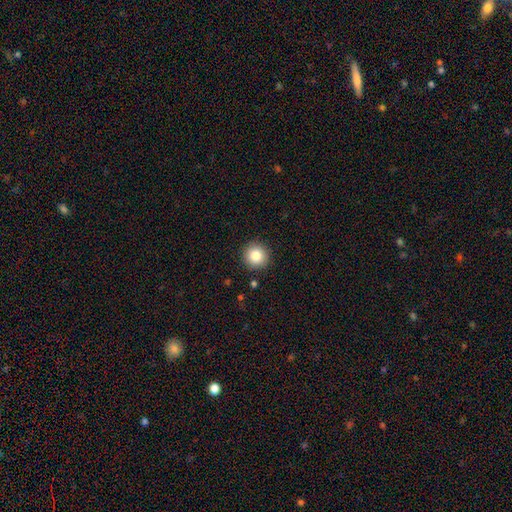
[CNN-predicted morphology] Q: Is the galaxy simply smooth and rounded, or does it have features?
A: smooth — 84%.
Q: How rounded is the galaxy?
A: round — 95%.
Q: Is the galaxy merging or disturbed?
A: none — 91%.